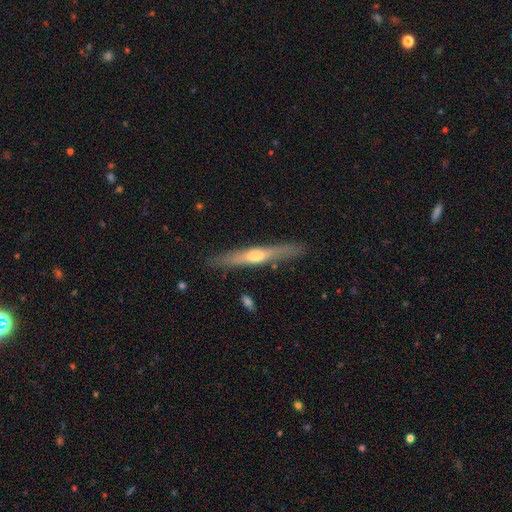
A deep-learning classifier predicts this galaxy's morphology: smooth_or_featured: featured or disk (p=0.67) [alt: smooth p=0.27]
disk_edge_on: yes (p=0.96) [alt: no p=0.04]
edge_on_bulge: rounded (p=0.82) [alt: none p=0.13]
merging: none (p=0.87) [alt: minor disturbance p=0.09]